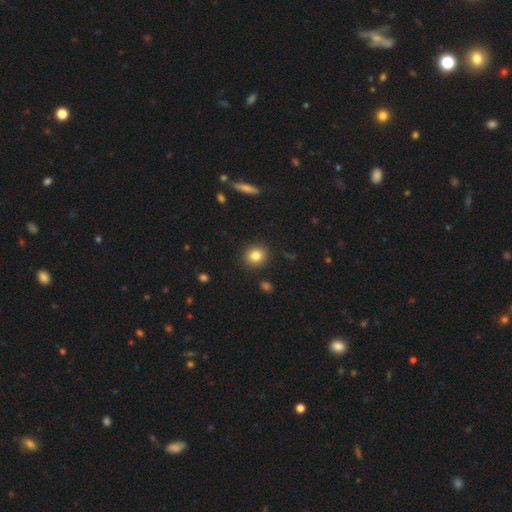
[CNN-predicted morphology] smooth-or-featured: smooth: 83% | star or artifact: 10% | featured or disk: 7%
  how-rounded: round: 81% | in between: 18% | cigar-shaped: 1%
  merging: none: 90% | minor disturbance: 6% | major disturbance: 2% | merger: 1%